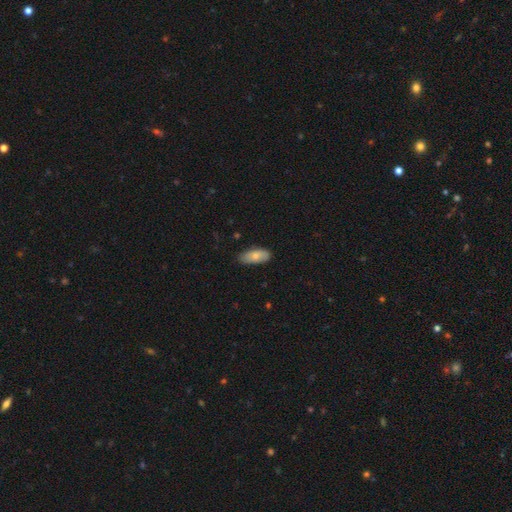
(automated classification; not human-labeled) This appears to be a smooth galaxy with no disk features (76%) that is in between round and cigar-shaped (87%). Merging: none (79%).